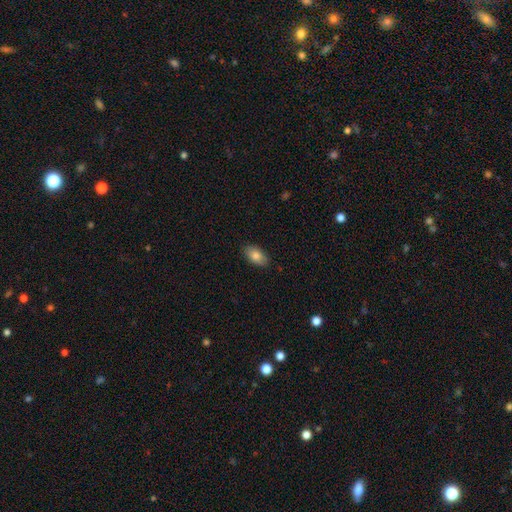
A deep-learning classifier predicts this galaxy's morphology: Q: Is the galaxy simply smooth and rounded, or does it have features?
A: smooth — 84%.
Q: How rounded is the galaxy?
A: in between — 93%.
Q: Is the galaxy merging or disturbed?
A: none — 87%.